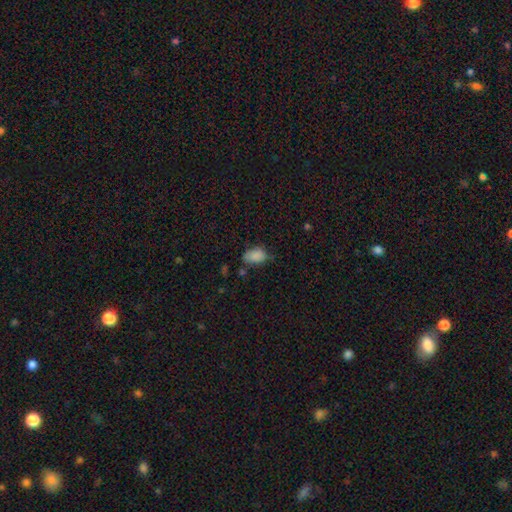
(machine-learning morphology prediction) Smooth or featured? Predicted: smooth (p=0.85). How rounded? Predicted: in between (p=0.87). Merging? Predicted: none (p=0.55).